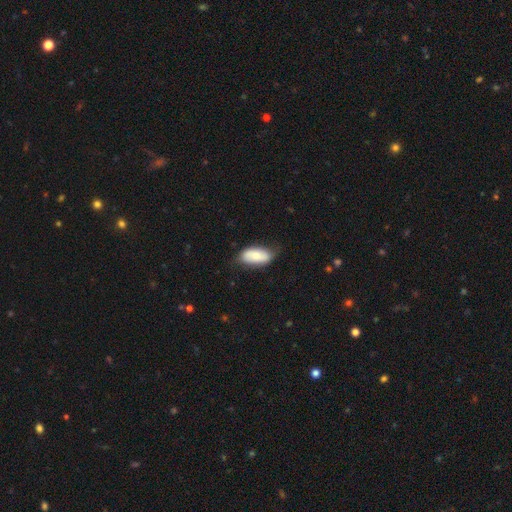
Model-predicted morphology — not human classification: Smooth or featured: smooth — 69% (featured or disk — 25%)
How rounded: in between — 92% (cigar-shaped — 5%)
Merging: none — 71% (minor disturbance — 22%)